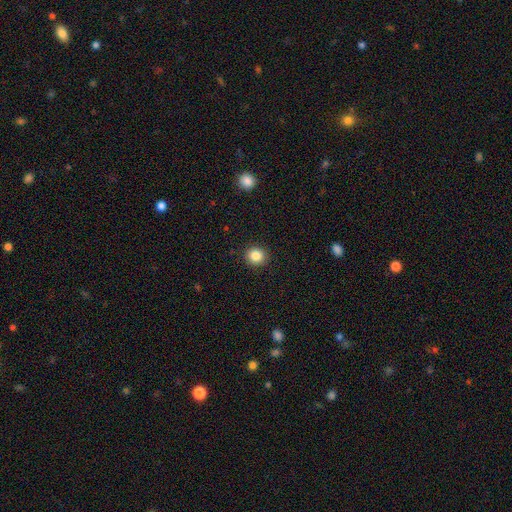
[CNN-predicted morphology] This is clearly a smooth galaxy (85%). How rounded: clearly round (89%). Merging: clearly none (92%).